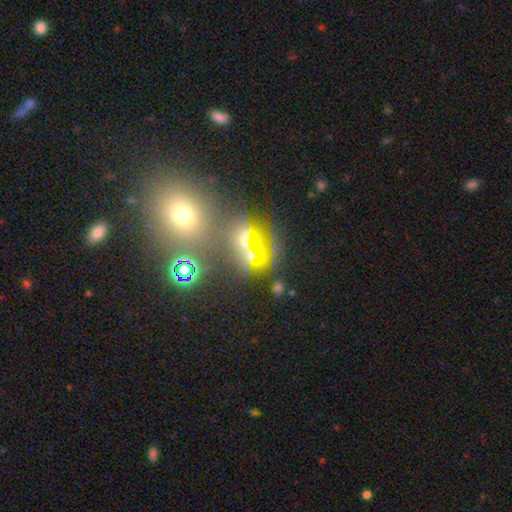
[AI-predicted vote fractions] smooth_or_featured: star or artifact (p=0.50) [alt: smooth p=0.31]